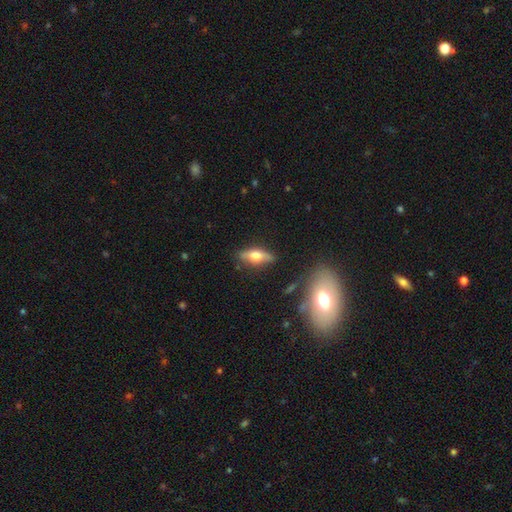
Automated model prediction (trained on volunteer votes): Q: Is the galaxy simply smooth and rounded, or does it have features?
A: featured or disk — 46%, tied with smooth.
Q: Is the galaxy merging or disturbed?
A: none — 81%.